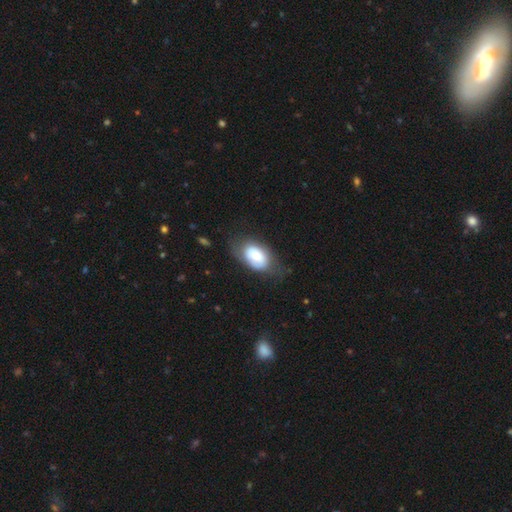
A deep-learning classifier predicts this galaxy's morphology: This is likely a smooth galaxy (68%). How rounded: clearly in between (90%). Merging: possibly none (54%).